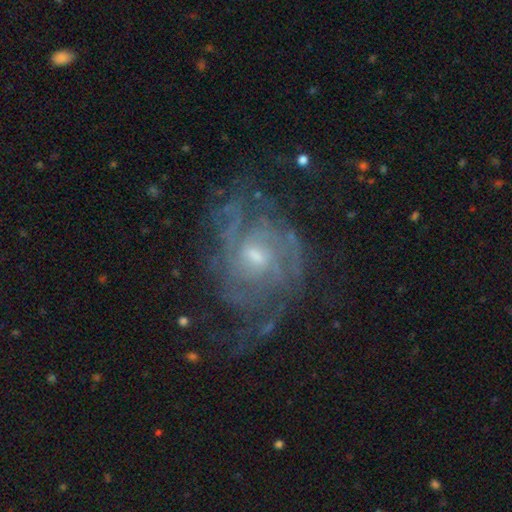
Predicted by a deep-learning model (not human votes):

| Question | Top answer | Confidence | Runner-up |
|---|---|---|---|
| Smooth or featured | featured or disk | 84% | smooth (9%) |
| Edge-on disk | no | 97% | yes (3%) |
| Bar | weak | 51% | no (40%) |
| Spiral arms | yes | 90% | no (10%) |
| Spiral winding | tight | 49% | medium (36%) |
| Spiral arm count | can't tell | 42% | 2 (21%) |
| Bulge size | small | 51% | moderate (41%) |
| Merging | none | 59% | major disturbance (20%) |